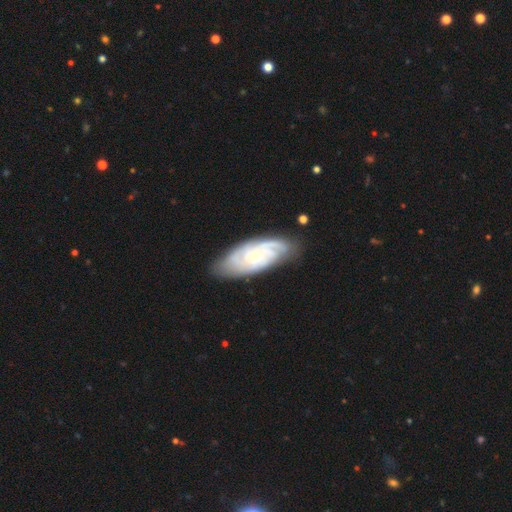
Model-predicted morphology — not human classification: The model was most divided on "spiral arm count": can't tell: 29%, 3: 28%, 2: 17%, 4: 16%, more than 4: 5%, 1: 5%. More confident: spiral arms — yes (96%); edge-on disk — no (93%); smooth or featured — featured or disk (81%); merging — none (77%); bar — no (75%); bulge size — small (74%); spiral winding — tight (70%).